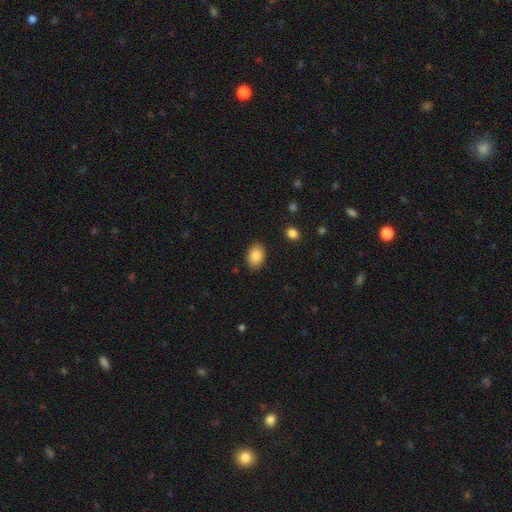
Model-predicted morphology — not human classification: Smooth or featured? smooth (87%)
How rounded? in between (77%)
Merging? none (86%)